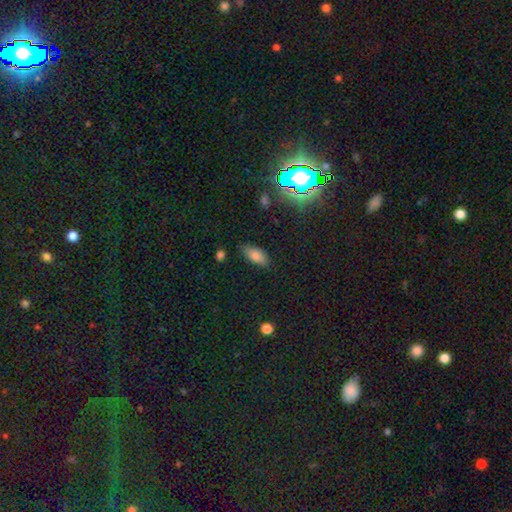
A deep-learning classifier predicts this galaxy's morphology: Q: Smooth or featured?
A: smooth (81%); runner-up: star or artifact (11%)
Q: How rounded?
A: in between (90%); runner-up: cigar-shaped (7%)
Q: Merging?
A: none (80%); runner-up: minor disturbance (15%)